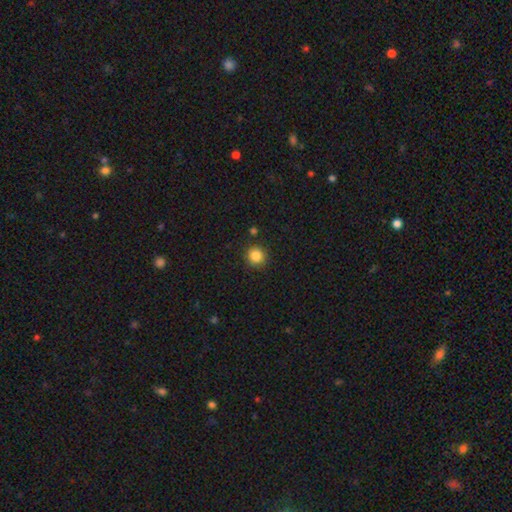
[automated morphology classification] Smooth or featured: smooth — 86% (star or artifact — 11%)
How rounded: round — 93% (in between — 6%)
Merging: none — 88% (minor disturbance — 7%)